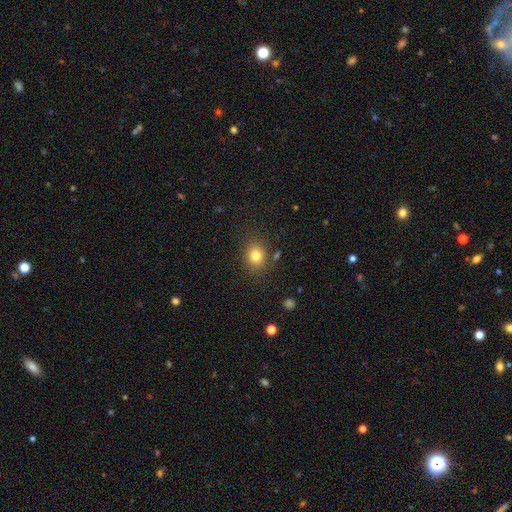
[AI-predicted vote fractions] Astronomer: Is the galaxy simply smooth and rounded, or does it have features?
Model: smooth — 80%.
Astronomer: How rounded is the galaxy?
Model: round — 65%.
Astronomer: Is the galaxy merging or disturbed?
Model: none — 81%.